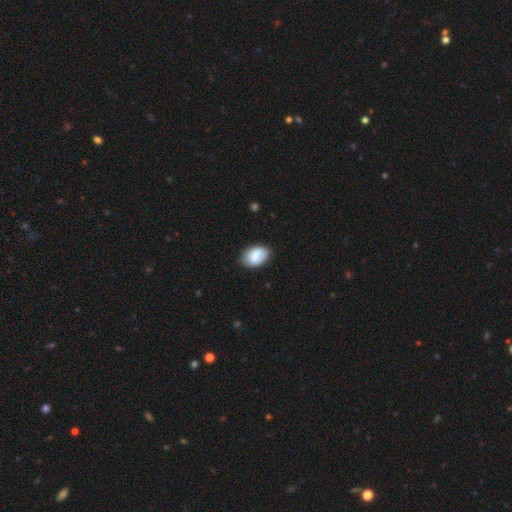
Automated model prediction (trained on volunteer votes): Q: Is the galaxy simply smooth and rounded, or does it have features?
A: smooth — 81%.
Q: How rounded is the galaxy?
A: in between — 87%.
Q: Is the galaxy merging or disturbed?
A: none — 78%.